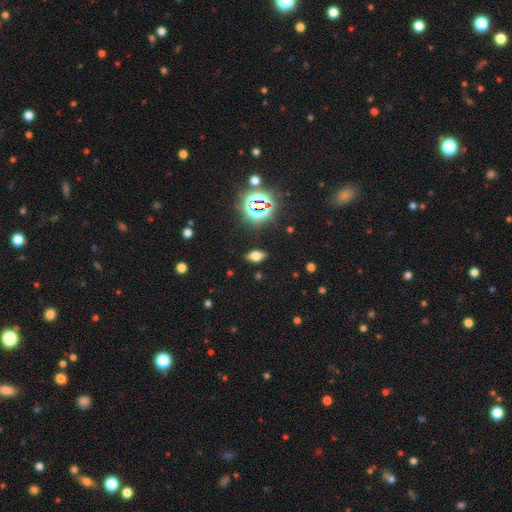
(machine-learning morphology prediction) This is likely a smooth galaxy (61%). How rounded: clearly in between (86%). Merging: clearly none (86%).